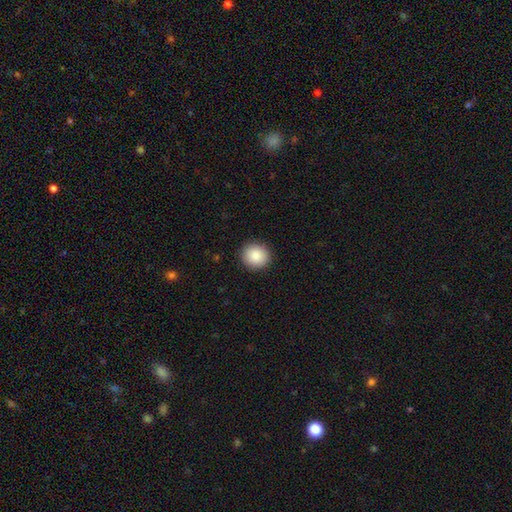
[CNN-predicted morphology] smooth-or-featured: smooth: 88% | star or artifact: 8% | featured or disk: 4%
  how-rounded: round: 90% | in between: 9% | cigar-shaped: 1%
  merging: none: 92% | minor disturbance: 5% | major disturbance: 2% | merger: 1%